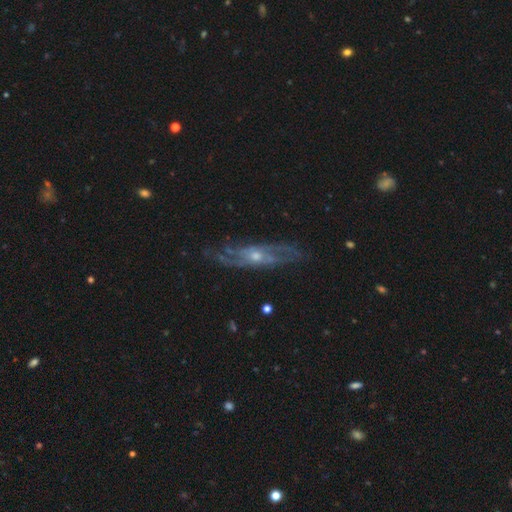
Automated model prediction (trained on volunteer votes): Smooth or featured? Predicted: featured or disk (p=0.83). Edge-on disk? Predicted: no (p=0.73). Bar? Predicted: no (p=0.70). Spiral arms? Predicted: yes (p=0.88). Spiral winding? Predicted: medium (p=0.43). Spiral arm count? Predicted: can't tell (p=0.37, tied with 2). Bulge size? Predicted: small (p=0.53). Merging? Predicted: none (p=0.74).